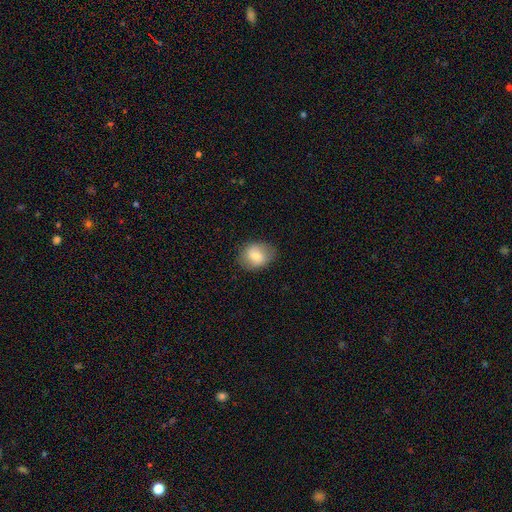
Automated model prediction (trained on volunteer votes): Smooth or featured?
  - smooth: 76% *
  - featured or disk: 17%
  - star or artifact: 7%
How rounded?
  - in between: 56% *
  - round: 43%
  - cigar-shaped: 1%
Merging?
  - none: 80% *
  - minor disturbance: 15%
  - major disturbance: 4%
  - merger: 1%